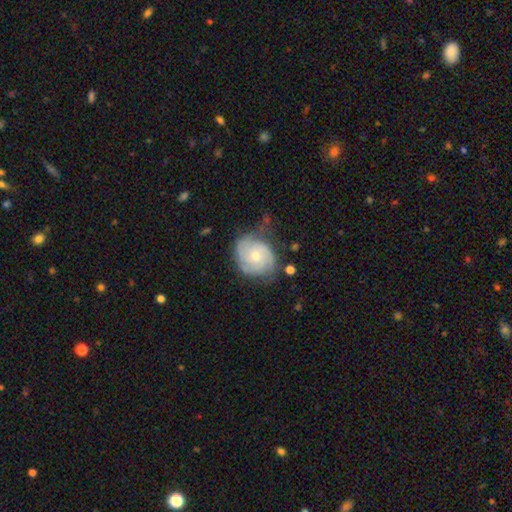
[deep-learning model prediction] A featured or disk galaxy (70%) with no bar (72%), 2 (32%) tight (53%) spiral arms (91%) and a moderate central bulge (49%). Merging: none (56%).